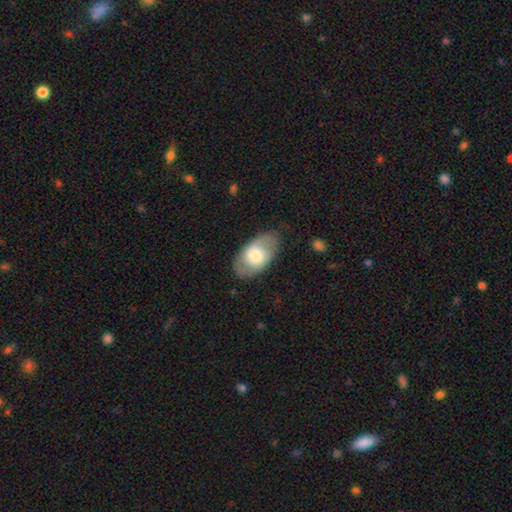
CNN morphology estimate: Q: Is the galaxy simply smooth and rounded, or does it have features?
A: smooth — 57%.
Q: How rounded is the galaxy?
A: in between — 91%.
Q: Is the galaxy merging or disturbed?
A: none — 76%.